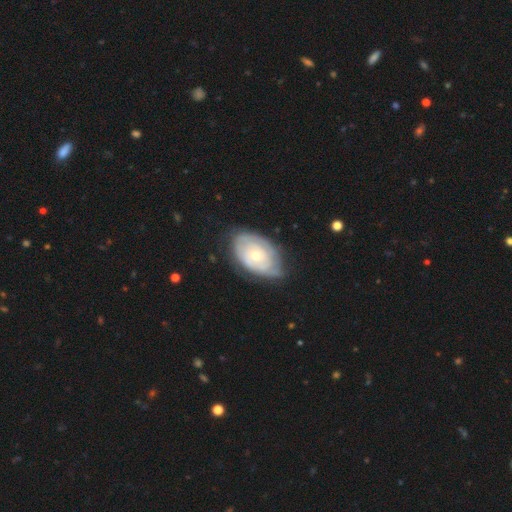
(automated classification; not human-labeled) A featured or disk galaxy (72%) with no bar (83%), tight (76%) spiral arms (76%) and a moderate central bulge (53%).

Vote fractions:
- Smooth or featured? featured or disk: 72% / smooth: 23% / star or artifact: 5%
- Edge-on disk? no: 95% / yes: 5%
- Bar? no: 83% / weak: 14% / strong: 3%
- Spiral arms? yes: 76% / no: 24%
- Spiral winding? tight: 76% / medium: 18% / loose: 6%
- Spiral arm count? can't tell: 52% / 2: 25% / 3: 10% / 1: 6% / 4: 4% / more than 4: 3%
- Bulge size? moderate: 53% / small: 43% / large: 2% / none: 1% / dominant: 1%
- Merging? none: 66% / minor disturbance: 25% / major disturbance: 7% / merger: 1%